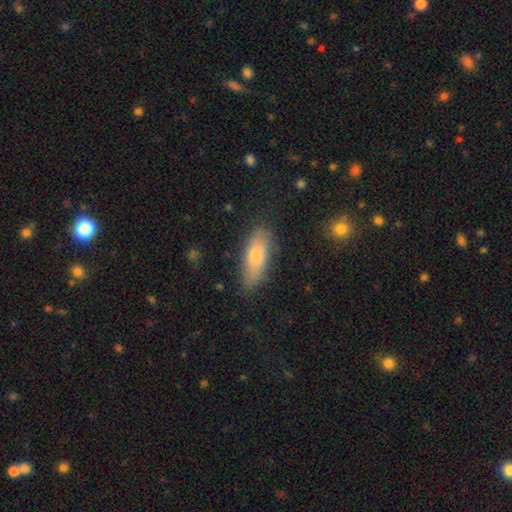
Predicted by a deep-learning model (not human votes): This appears to be a smooth galaxy with no disk features (76%) that is in between round and cigar-shaped (64%). Merging: none (79%).